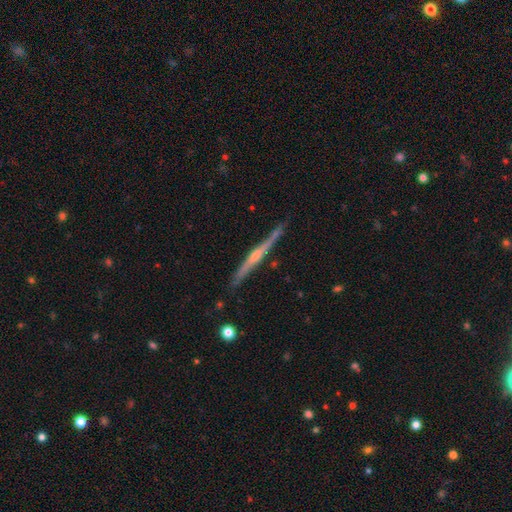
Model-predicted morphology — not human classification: smooth_or_featured: featured or disk (p=0.77) [alt: smooth p=0.17]
disk_edge_on: yes (p=0.98) [alt: no p=0.02]
edge_on_bulge: rounded (p=0.70) [alt: none p=0.23]
merging: none (p=0.83) [alt: minor disturbance p=0.13]